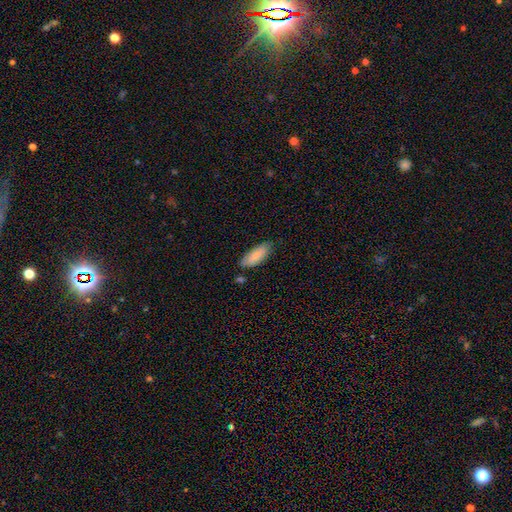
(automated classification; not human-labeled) Overall: smooth (80%). How rounded: in between (76%). Merging: none (75%).